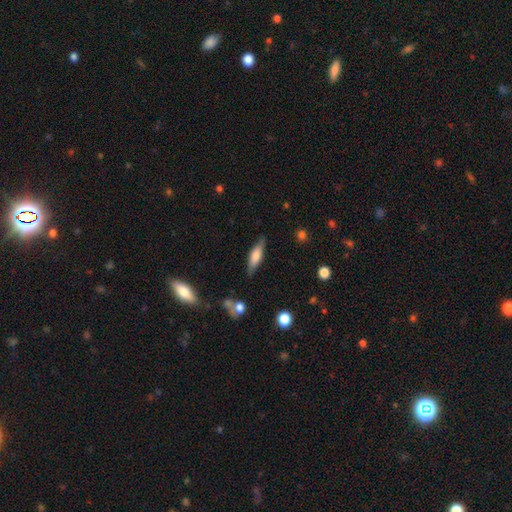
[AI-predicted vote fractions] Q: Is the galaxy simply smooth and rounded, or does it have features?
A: smooth — 60%.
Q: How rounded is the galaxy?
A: cigar-shaped — 56%.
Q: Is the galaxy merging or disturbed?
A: none — 81%.